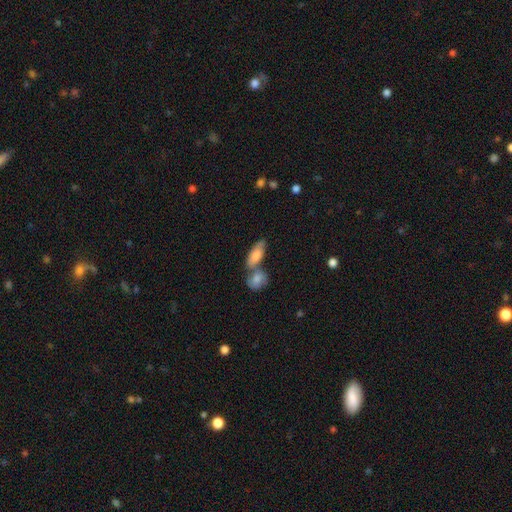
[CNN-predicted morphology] smooth 66%, featured or disk 25%, star or artifact 10%. Down the decision tree: how rounded — in between (69%); merging — none (44%).